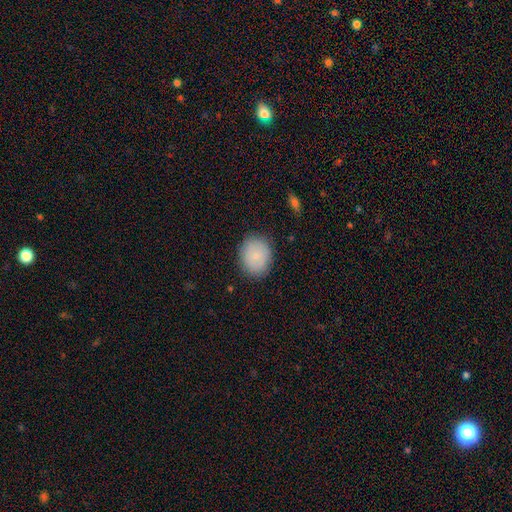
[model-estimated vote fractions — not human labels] The model was most divided on "how rounded": in between: 51%, round: 48%, cigar-shaped: 1%. More confident: merging — none (85%); smooth or featured — smooth (81%).